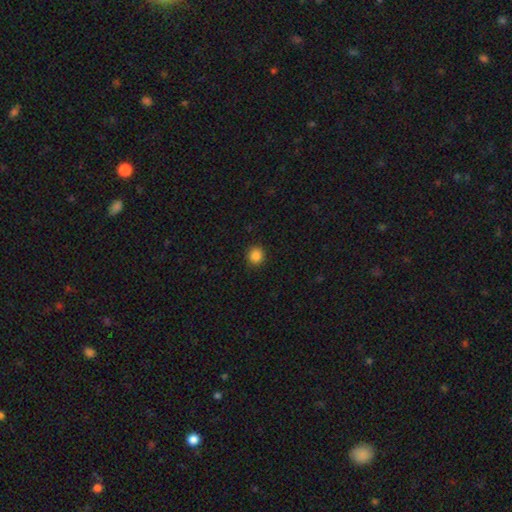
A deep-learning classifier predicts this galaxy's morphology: Smooth or featured: smooth — 86% (star or artifact — 11%)
How rounded: round — 92% (in between — 8%)
Merging: none — 92% (minor disturbance — 5%)